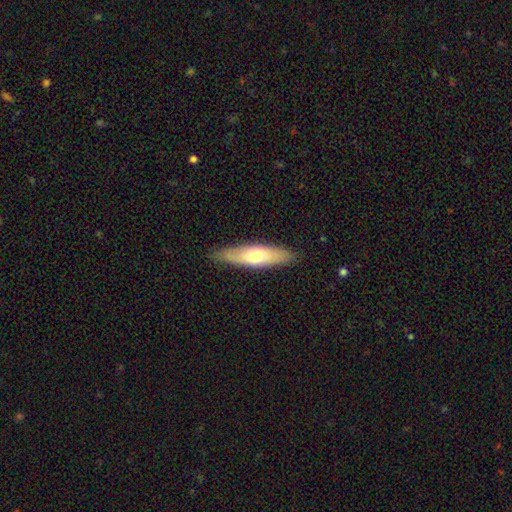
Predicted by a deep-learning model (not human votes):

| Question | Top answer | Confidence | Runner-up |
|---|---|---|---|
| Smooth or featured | smooth | 60% | featured or disk (35%) |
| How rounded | cigar-shaped | 66% | in between (32%) |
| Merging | none | 87% | minor disturbance (10%) |